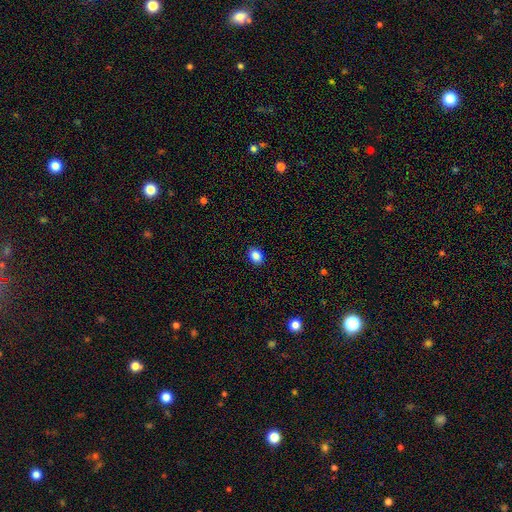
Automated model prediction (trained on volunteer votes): Smooth or featured?
  - smooth: 86% *
  - star or artifact: 9%
  - featured or disk: 5%
How rounded?
  - in between: 74% *
  - round: 25%
  - cigar-shaped: 1%
Merging?
  - none: 89% *
  - minor disturbance: 8%
  - major disturbance: 2%
  - merger: 1%